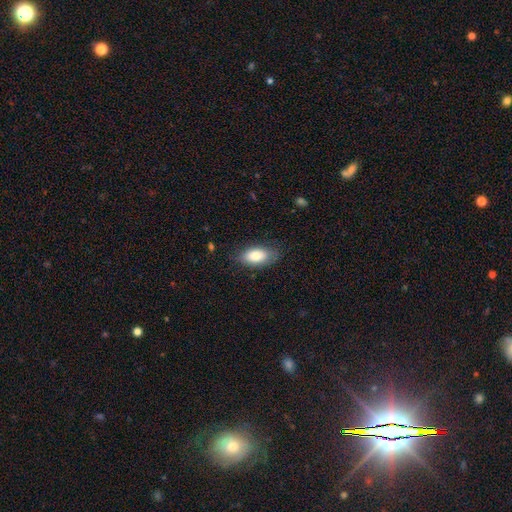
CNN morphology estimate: Q: Smooth or featured?
A: smooth (81%); runner-up: featured or disk (13%)
Q: How rounded?
A: in between (91%); runner-up: cigar-shaped (5%)
Q: Merging?
A: none (77%); runner-up: minor disturbance (17%)